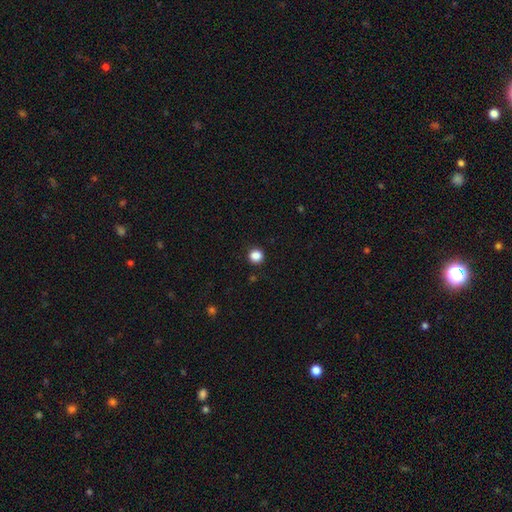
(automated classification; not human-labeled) Smooth or featured?
  - smooth: 86% *
  - star or artifact: 11%
  - featured or disk: 3%
How rounded?
  - round: 93% *
  - in between: 6%
  - cigar-shaped: 1%
Merging?
  - none: 92% *
  - minor disturbance: 5%
  - major disturbance: 2%
  - merger: 1%